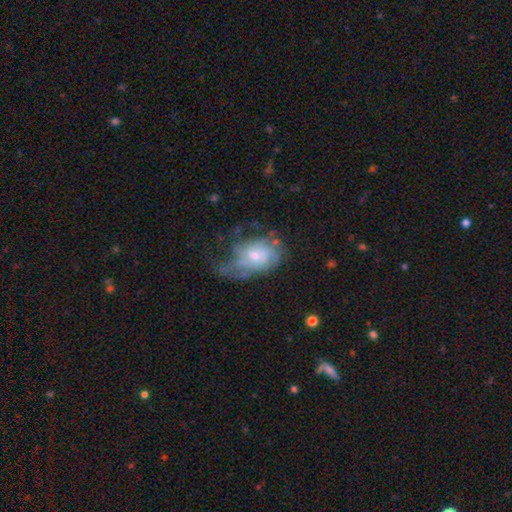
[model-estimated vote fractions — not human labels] Smooth or featured? Predicted: featured or disk (p=0.58). Edge-on disk? Predicted: no (p=0.96). Bar? Predicted: no (p=0.75). Spiral arms? Predicted: yes (p=0.62). Bulge size? Predicted: small (p=0.48). Merging? Predicted: major disturbance (p=0.43).